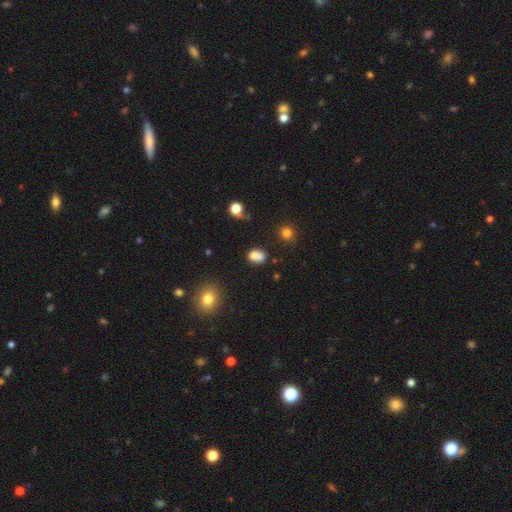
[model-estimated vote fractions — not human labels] Smooth or featured? smooth (75%)
How rounded? in between (55%)
Merging? none (41%)